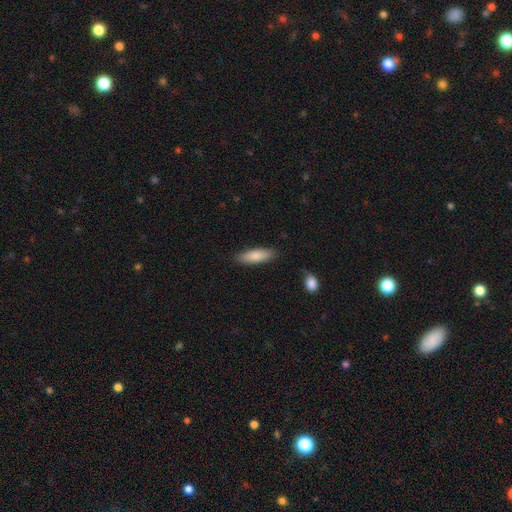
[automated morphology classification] Smooth or featured: smooth — 82% (featured or disk — 12%)
How rounded: in between — 49% (tied with cigar-shaped — 49%)
Merging: none — 86% (minor disturbance — 11%)